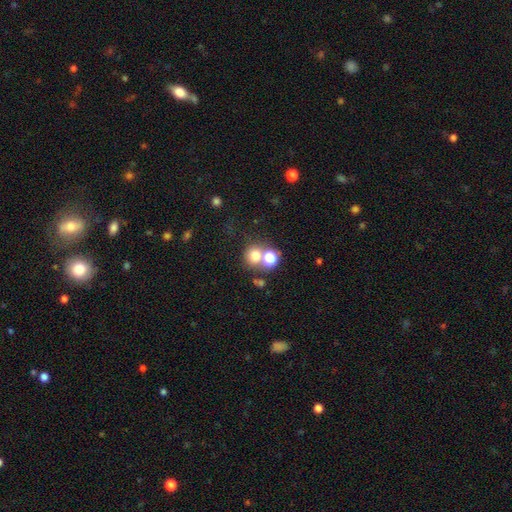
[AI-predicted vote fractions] The model was most divided on "merging": none: 51%, merger: 36%, minor disturbance: 8%, major disturbance: 5%. More confident: how rounded — round (81%); smooth or featured — smooth (71%).